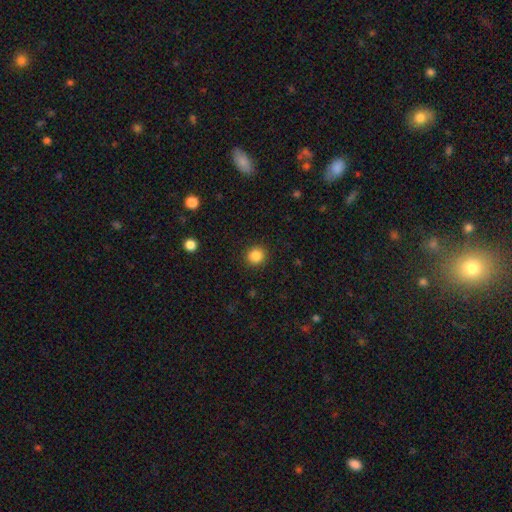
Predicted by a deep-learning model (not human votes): Smooth or featured? smooth (86%)
How rounded? round (91%)
Merging? none (91%)